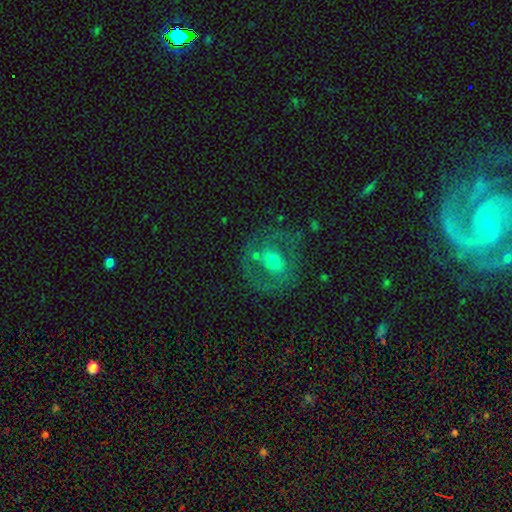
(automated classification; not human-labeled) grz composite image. It shows a featured or disk galaxy (58%) with no bar (59%), no spiral arms (59%) and a moderate central bulge (71%). Merging: none (69%).